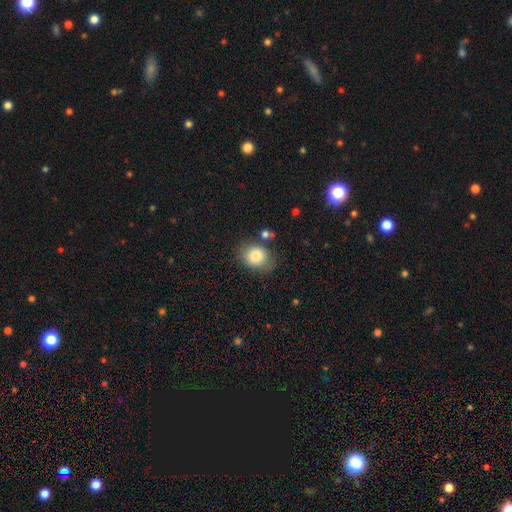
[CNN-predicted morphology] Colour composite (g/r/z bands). It shows a smooth galaxy with no disk features (81%) that is round (54%). Merging: none (72%).